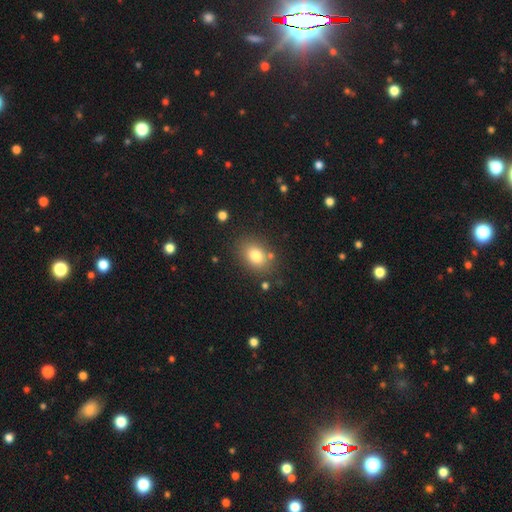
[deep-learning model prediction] Smooth or featured? smooth (80%)
How rounded? in between (69%)
Merging? none (78%)